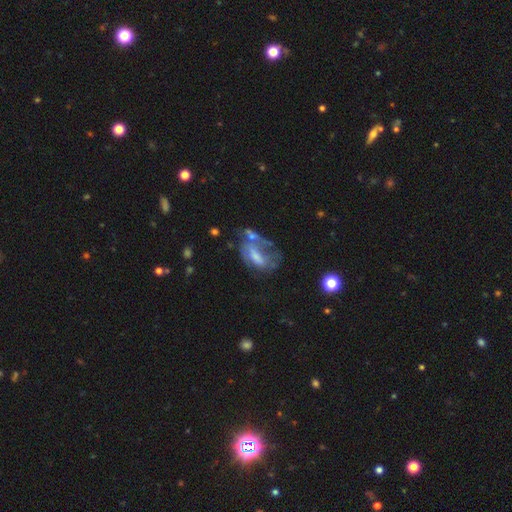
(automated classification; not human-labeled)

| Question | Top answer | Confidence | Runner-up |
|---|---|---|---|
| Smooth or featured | featured or disk | 57% | smooth (29%) |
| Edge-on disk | no | 91% | yes (9%) |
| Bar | no | 49% | weak (34%) |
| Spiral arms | no | 58% | yes (42%) |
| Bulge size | moderate | 35% | small (29%) |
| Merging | major disturbance | 31% | none (28%) |